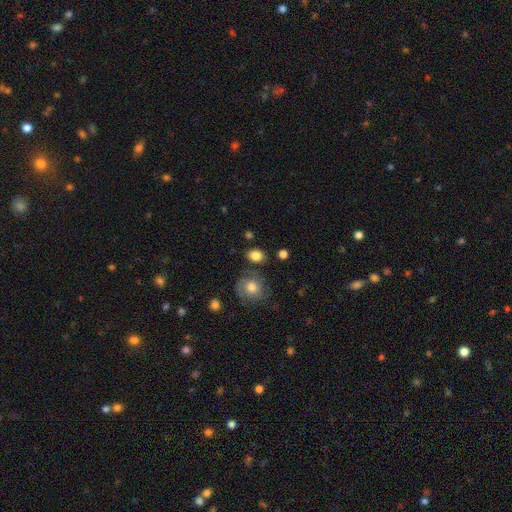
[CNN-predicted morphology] Smooth or featured? Predicted: smooth (p=0.83). How rounded? Predicted: in between (p=0.56). Merging? Predicted: none (p=0.76).